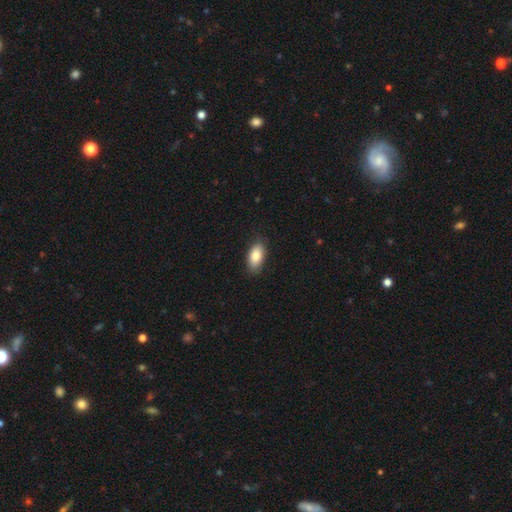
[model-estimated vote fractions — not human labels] A smooth galaxy with no disk features (84%) that is in between round and cigar-shaped (91%). Merging: none (85%).